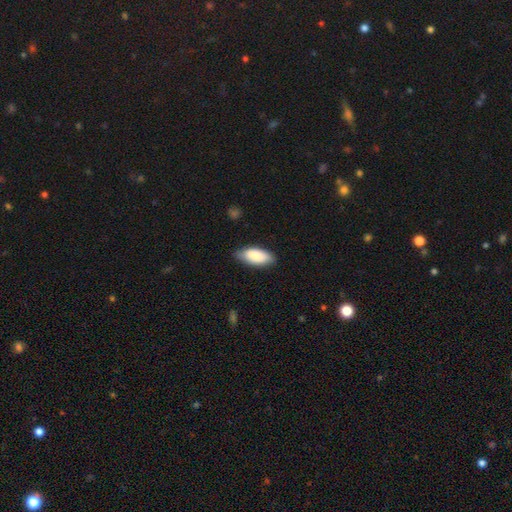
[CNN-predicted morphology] type=smooth (86%); roundness=in between (87%); merging=none (80%).